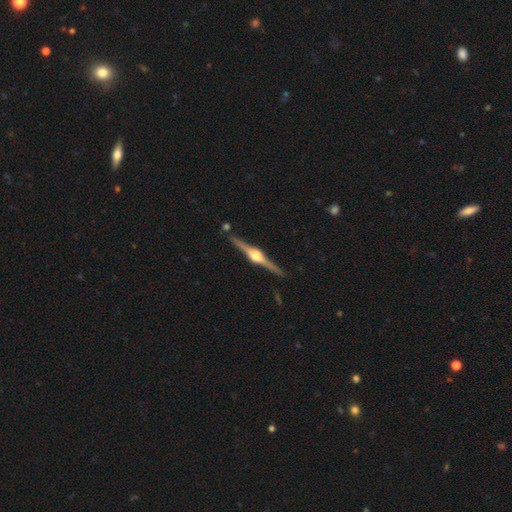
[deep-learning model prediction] Q: Smooth or featured?
A: featured or disk (89%); runner-up: smooth (6%)
Q: Edge-on disk?
A: yes (99%); runner-up: no (1%)
Q: Edge-on bulge?
A: rounded (94%); runner-up: boxy (4%)
Q: Merging?
A: none (90%); runner-up: minor disturbance (7%)